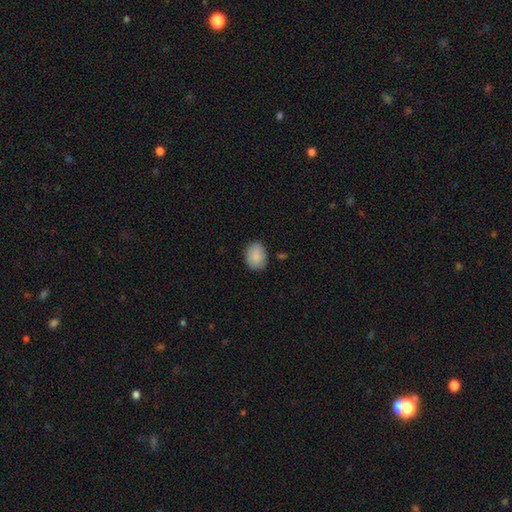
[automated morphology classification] A smooth galaxy with no disk features (89%) that is in between round and cigar-shaped (62%).

Vote fractions:
- Smooth or featured? smooth: 89% / star or artifact: 7% / featured or disk: 5%
- How rounded? in between: 62% / round: 37% / cigar-shaped: 1%
- Merging? none: 83% / minor disturbance: 13% / major disturbance: 3% / merger: 2%